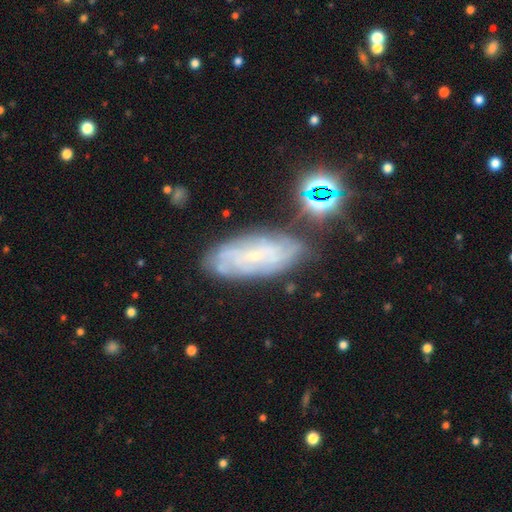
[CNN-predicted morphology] featured or disk 70%, smooth 20%, star or artifact 10%. Down the decision tree: edge-on disk — no (90%); bar — no (59%); spiral arms — yes (85%); spiral arm count — can't tell (57%); spiral winding — tight (63%); bulge size — small (81%); merging — none (71%).